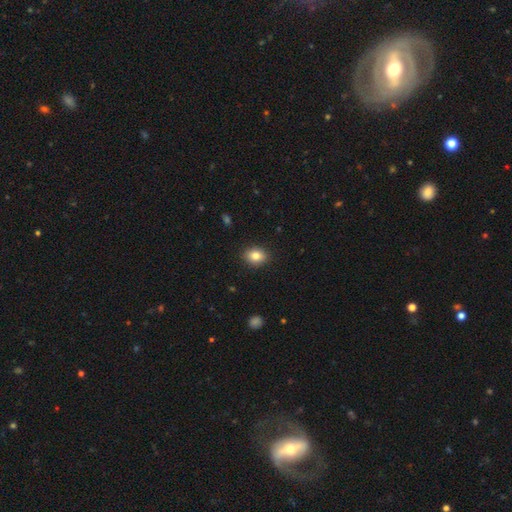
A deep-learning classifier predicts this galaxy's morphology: Smooth or featured: smooth — 83% (star or artifact — 9%)
How rounded: in between — 66% (round — 33%)
Merging: none — 89% (minor disturbance — 8%)